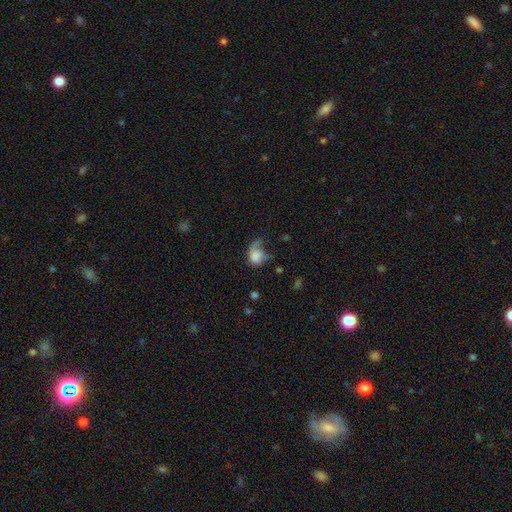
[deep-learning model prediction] smooth-or-featured: smooth: 60% | featured or disk: 30% | star or artifact: 10%
  how-rounded: in between: 64% | round: 35% | cigar-shaped: 1%
  merging: major disturbance: 49% | minor disturbance: 23% | none: 20% | merger: 8%